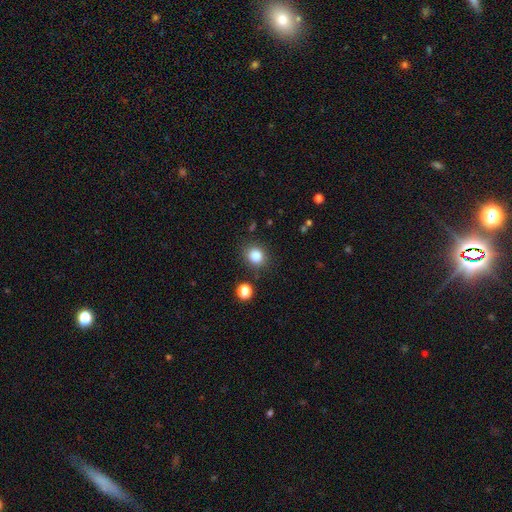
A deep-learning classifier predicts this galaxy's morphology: Smooth or featured: smooth — 84% (star or artifact — 11%)
How rounded: round — 75% (in between — 24%)
Merging: none — 81% (minor disturbance — 11%)